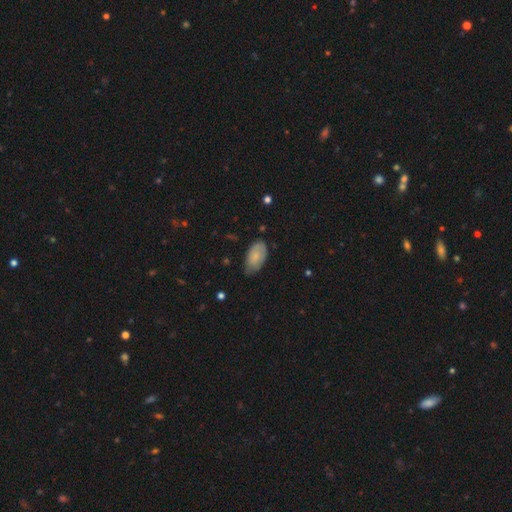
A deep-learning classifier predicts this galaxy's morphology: A smooth galaxy with no disk features (76%) that is in between round and cigar-shaped (94%). Merging: none (61%).